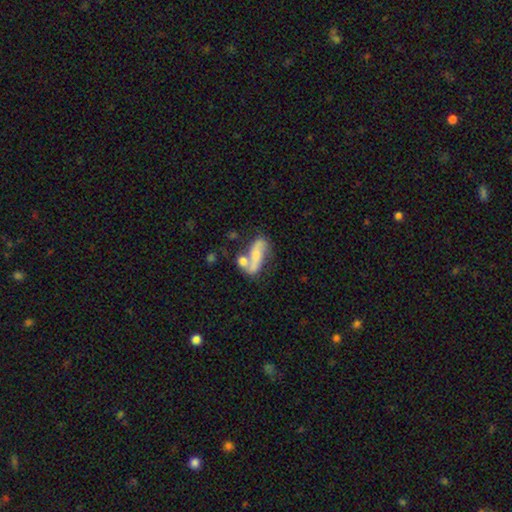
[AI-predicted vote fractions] This appears to be a featured or disk galaxy (55%). Merging: none (38%).